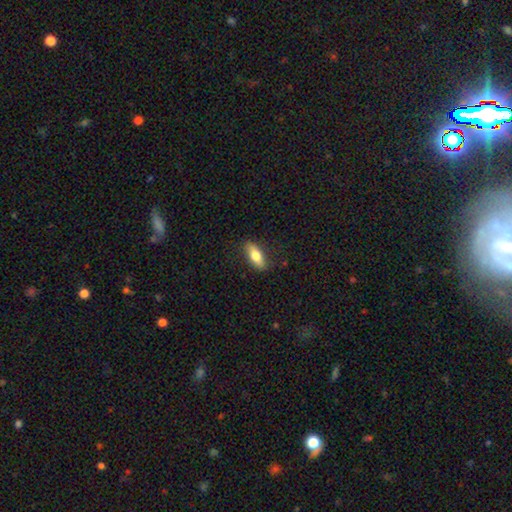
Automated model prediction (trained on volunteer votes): Q: Smooth or featured?
A: smooth (71%); runner-up: featured or disk (23%)
Q: How rounded?
A: in between (66%); runner-up: cigar-shaped (31%)
Q: Merging?
A: none (83%); runner-up: minor disturbance (13%)